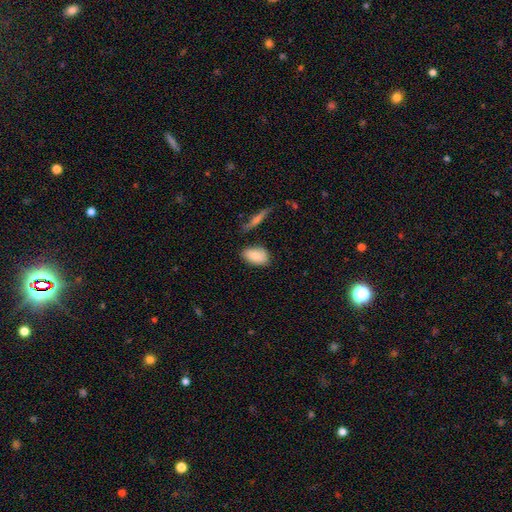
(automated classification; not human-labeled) Smooth or featured? Predicted: smooth (p=0.84). How rounded? Predicted: in between (p=0.90). Merging? Predicted: none (p=0.74).